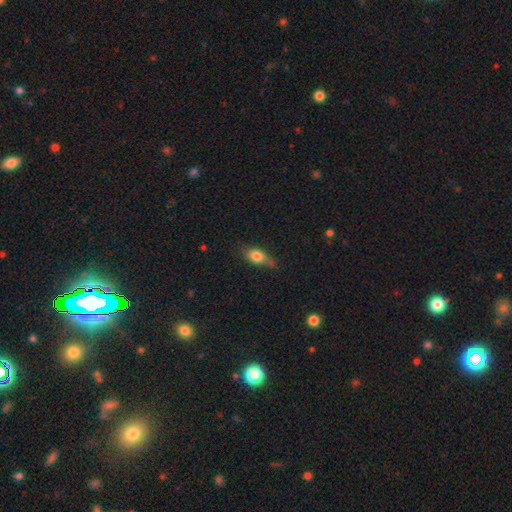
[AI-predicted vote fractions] smooth 77%, featured or disk 15%, star or artifact 8%. Down the decision tree: how rounded — in between (76%); merging — none (56%).